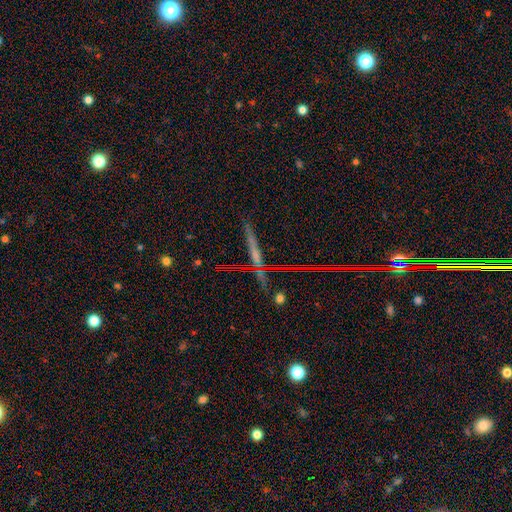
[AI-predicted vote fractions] A featured or disk galaxy (40%).

Vote fractions:
- Smooth or featured? featured or disk: 40% / star or artifact: 39% / smooth: 21%
- Merging? none: 85% / minor disturbance: 8% / merger: 4% / major disturbance: 3%